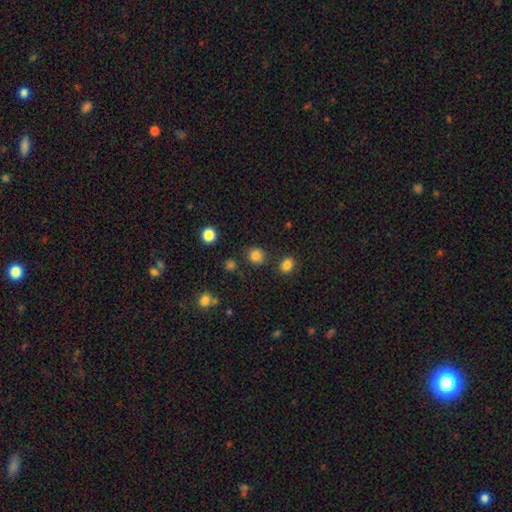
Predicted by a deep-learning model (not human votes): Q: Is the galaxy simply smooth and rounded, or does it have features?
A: smooth — 83%.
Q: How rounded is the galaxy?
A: round — 83%.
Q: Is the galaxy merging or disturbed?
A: none — 83%.